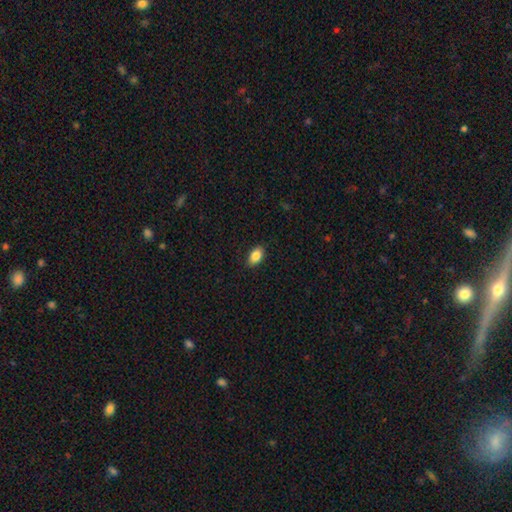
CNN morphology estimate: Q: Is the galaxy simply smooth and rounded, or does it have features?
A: smooth — 86%.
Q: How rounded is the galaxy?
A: in between — 91%.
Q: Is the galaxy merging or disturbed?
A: none — 88%.